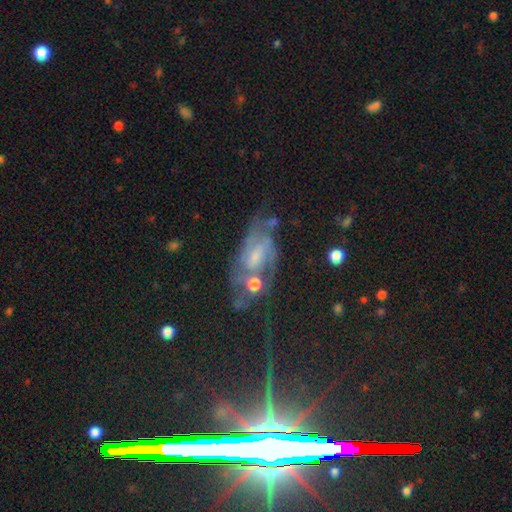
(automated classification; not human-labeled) Overall: featured or disk (57%; smooth 24%). Edge-on disk: no (93%). Bar: weak (44%; no 43%). Spiral arms: yes (75%). Bulge size: small (46%; moderate 35%). Merging: none (41%; minor disturbance 23%).